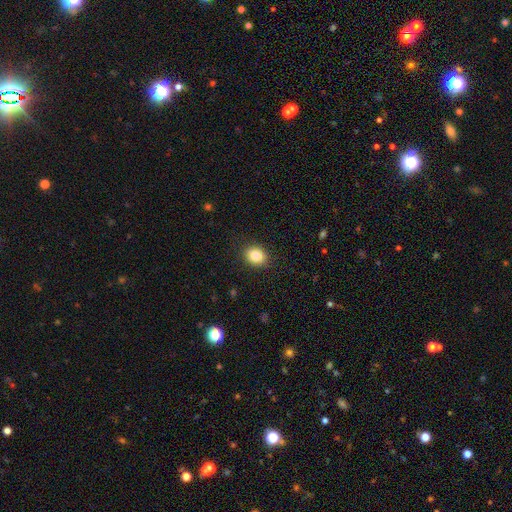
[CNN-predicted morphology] type=smooth (84%); roundness=round (60%); merging=none (89%).